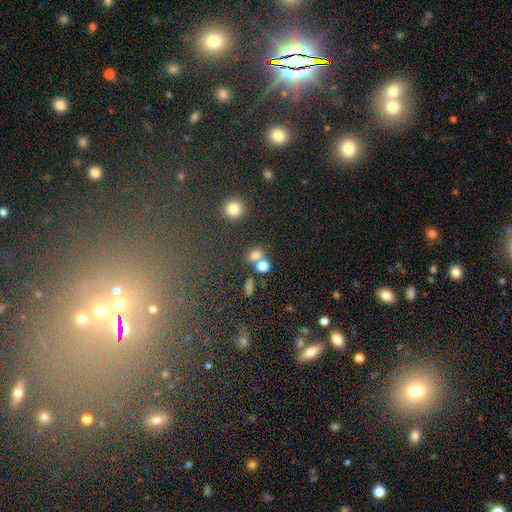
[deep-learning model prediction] Overall: smooth (73%). How rounded: round (61%; in between 37%). Merging: none (47%; merger 40%).